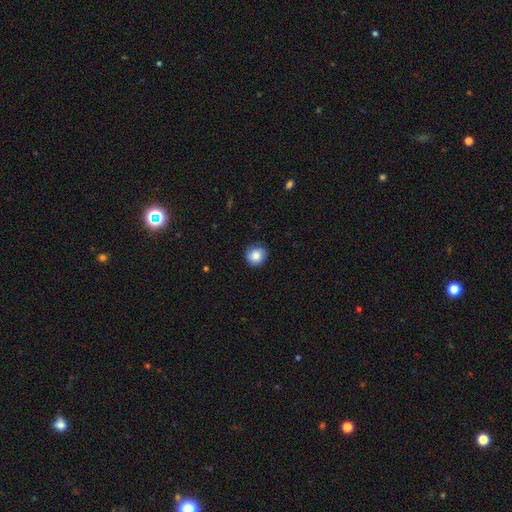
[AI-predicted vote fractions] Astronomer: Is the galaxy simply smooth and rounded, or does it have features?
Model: smooth — 79%.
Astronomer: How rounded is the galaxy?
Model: round — 89%.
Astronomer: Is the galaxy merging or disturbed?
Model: none — 81%.